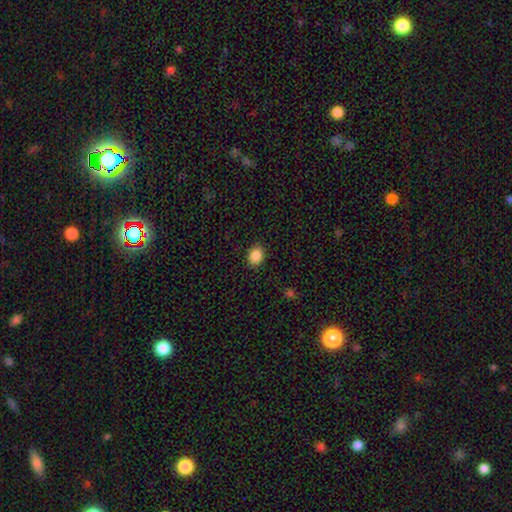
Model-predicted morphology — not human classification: Smooth or featured: smooth — 88% (star or artifact — 9%)
How rounded: in between — 62% (round — 37%)
Merging: none — 89% (minor disturbance — 8%)